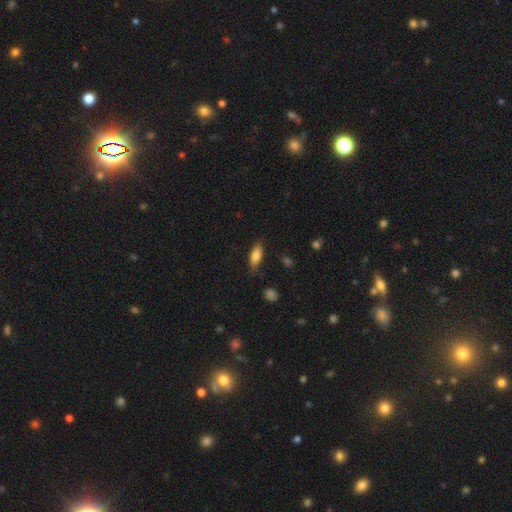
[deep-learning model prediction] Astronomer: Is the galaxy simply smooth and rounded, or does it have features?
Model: smooth — 77%.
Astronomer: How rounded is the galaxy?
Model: in between — 77%.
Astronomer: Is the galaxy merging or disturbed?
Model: none — 79%.